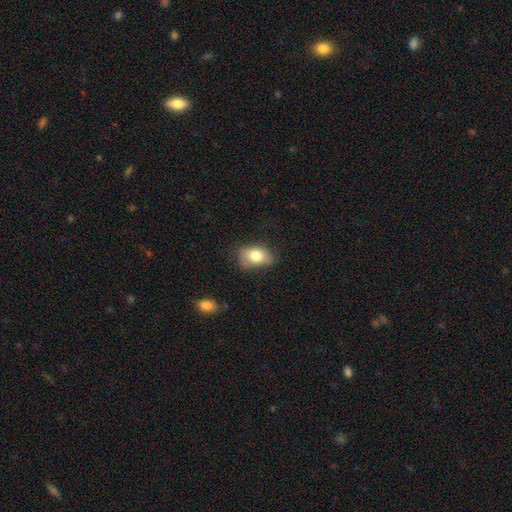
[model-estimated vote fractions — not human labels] A smooth galaxy with no disk features (78%) that is in between round and cigar-shaped (85%). Merging: none (61%).